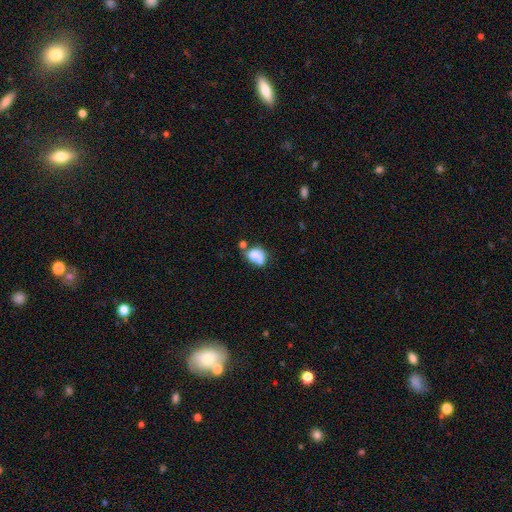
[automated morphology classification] This appears to be a smooth galaxy with no disk features (67%) that is in between round and cigar-shaped (60%). Merging: merger (48%).